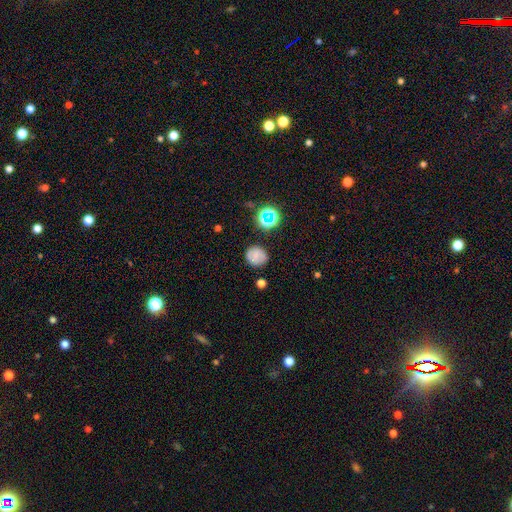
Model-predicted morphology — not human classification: Smooth or featured?
  - smooth: 64% *
  - featured or disk: 21%
  - star or artifact: 15%
How rounded?
  - round: 85% *
  - in between: 14%
  - cigar-shaped: 1%
Merging?
  - none: 80% *
  - minor disturbance: 13%
  - major disturbance: 4%
  - merger: 3%